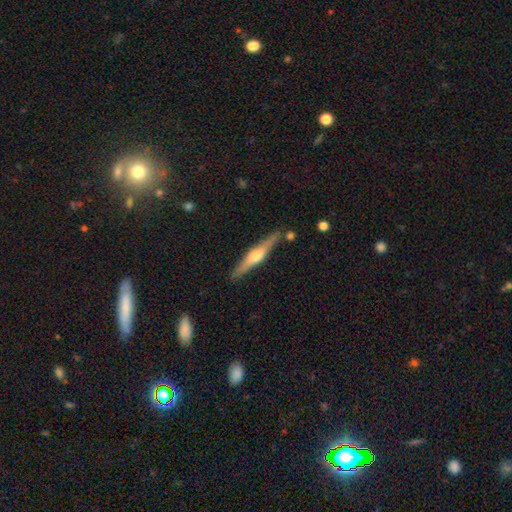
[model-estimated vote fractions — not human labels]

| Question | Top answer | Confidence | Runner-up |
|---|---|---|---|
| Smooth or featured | featured or disk | 65% | smooth (29%) |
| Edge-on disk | yes | 97% | no (3%) |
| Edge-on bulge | rounded | 88% | boxy (7%) |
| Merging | none | 84% | minor disturbance (10%) |